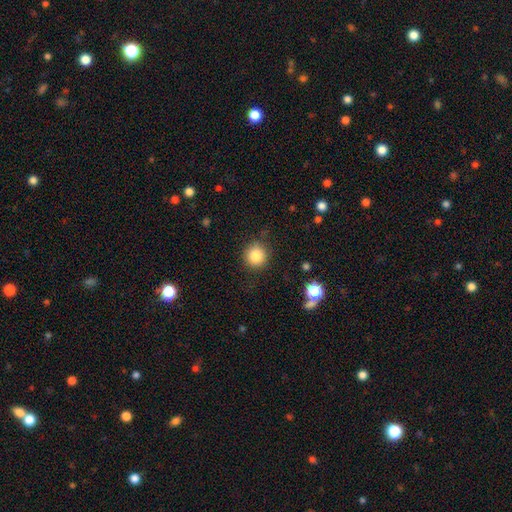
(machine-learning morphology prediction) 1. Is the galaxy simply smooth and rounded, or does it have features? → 84% smooth, 11% star or artifact, 5% featured or disk.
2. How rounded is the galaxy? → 92% round, 7% in between, 1% cigar-shaped.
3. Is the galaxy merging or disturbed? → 86% none, 10% minor disturbance, 3% major disturbance, 2% merger.